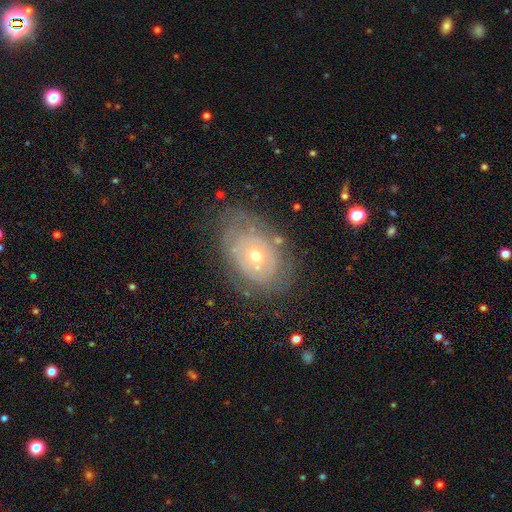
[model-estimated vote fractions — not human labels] A featured or disk galaxy (67%) with no bar (88%), no spiral arms (52%) and a moderate central bulge (56%). Merging: none (65%).